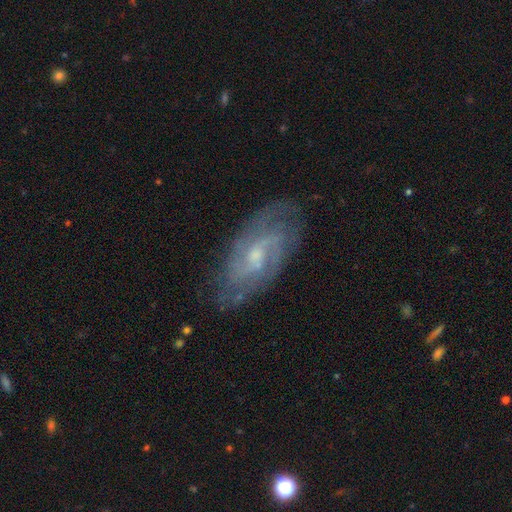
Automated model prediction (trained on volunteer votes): Smooth or featured? featured or disk (81%)
Edge-on disk? no (93%)
Bar? weak (49%)
Spiral arms? yes (93%)
Spiral winding? tight (45%)
Spiral arm count? 2 (40%)
Bulge size? small (55%)
Merging? none (76%)